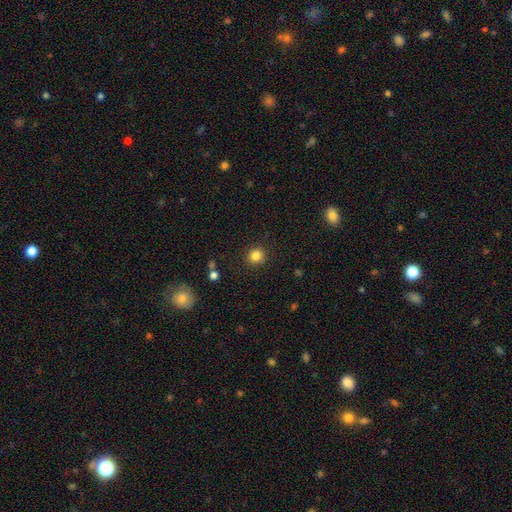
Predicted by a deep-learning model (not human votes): This is clearly a smooth galaxy (83%). How rounded: clearly round (88%). Merging: clearly none (90%).